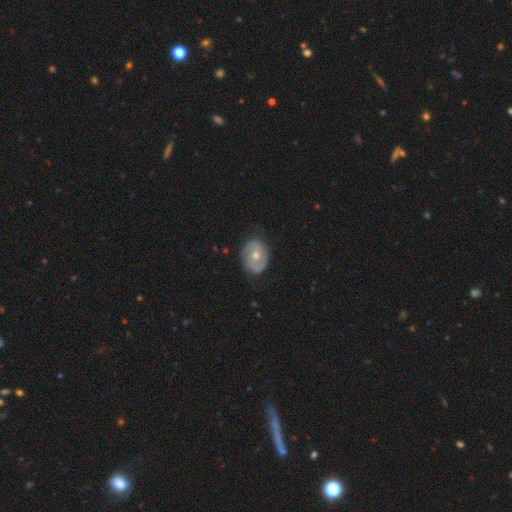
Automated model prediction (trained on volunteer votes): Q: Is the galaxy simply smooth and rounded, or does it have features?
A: featured or disk — 58%.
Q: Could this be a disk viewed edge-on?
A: no — 96%.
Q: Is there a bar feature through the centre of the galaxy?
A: no — 70%.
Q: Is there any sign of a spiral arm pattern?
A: yes — 64%.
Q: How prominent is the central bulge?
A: moderate — 66%.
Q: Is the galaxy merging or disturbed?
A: none — 72%.